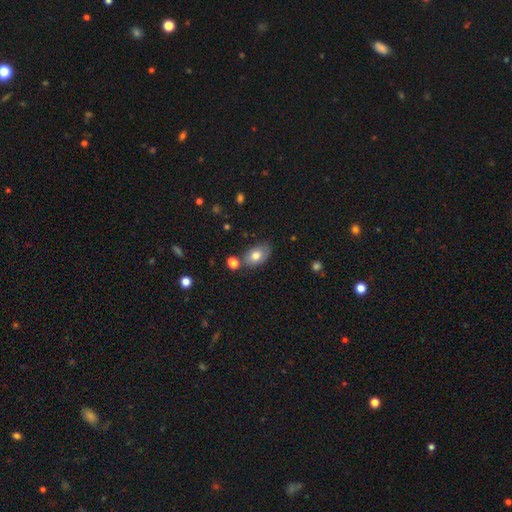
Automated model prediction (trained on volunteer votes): Smooth or featured: smooth — 76% (featured or disk — 16%)
How rounded: in between — 88% (round — 10%)
Merging: none — 66% (minor disturbance — 19%)